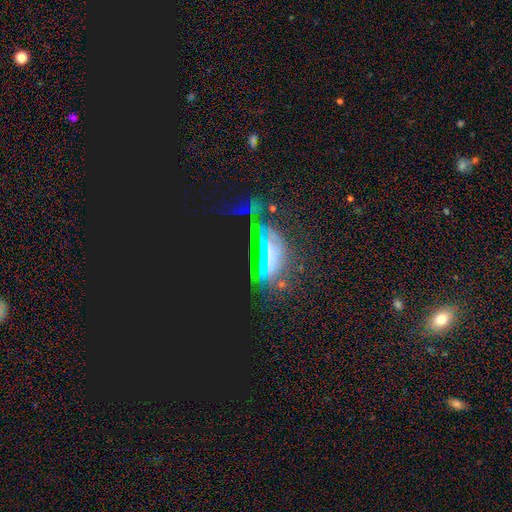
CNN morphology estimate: smooth-or-featured: star or artifact: 51% | featured or disk: 30% | smooth: 19%